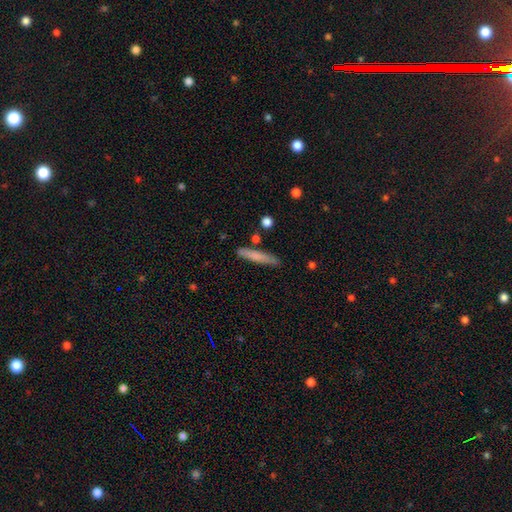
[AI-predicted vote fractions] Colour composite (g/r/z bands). It shows a smooth galaxy with no disk features (69%) that is cigar-shaped (93%). Merging: none (82%).